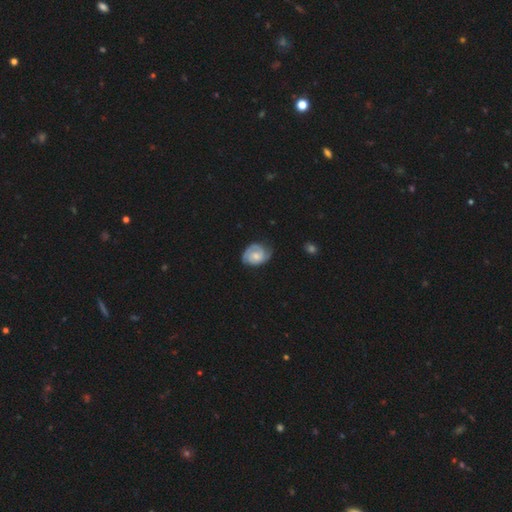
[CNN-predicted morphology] Q: Smooth or featured?
A: featured or disk (77%); runner-up: smooth (18%)
Q: Edge-on disk?
A: no (98%); runner-up: yes (2%)
Q: Bar?
A: no (63%); runner-up: weak (32%)
Q: Spiral arms?
A: yes (95%); runner-up: no (5%)
Q: Spiral winding?
A: tight (61%); runner-up: medium (32%)
Q: Spiral arm count?
A: 2 (71%); runner-up: can't tell (11%)
Q: Bulge size?
A: moderate (51%); runner-up: small (33%)
Q: Merging?
A: none (71%); runner-up: minor disturbance (22%)